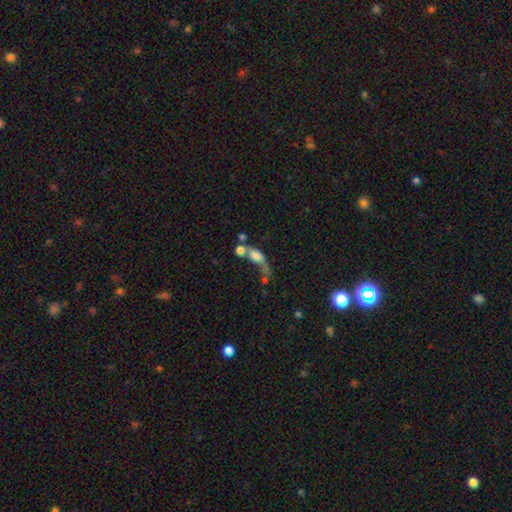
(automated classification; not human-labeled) smooth 57%, featured or disk 31%, star or artifact 12%. Down the decision tree: how rounded — in between (58%); merging — merger (50%).